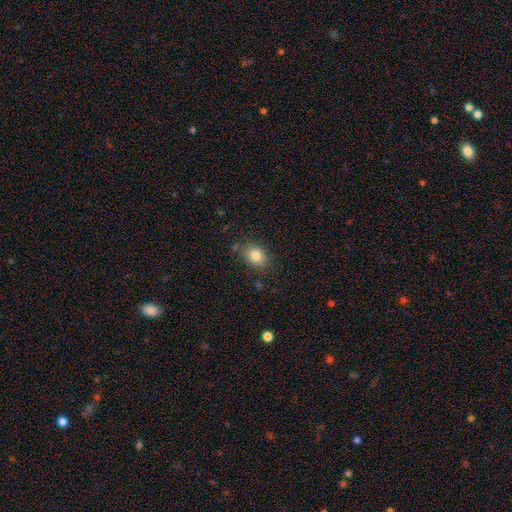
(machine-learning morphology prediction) A smooth galaxy with no disk features (81%) that is in between round and cigar-shaped (56%). Merging: none (80%).